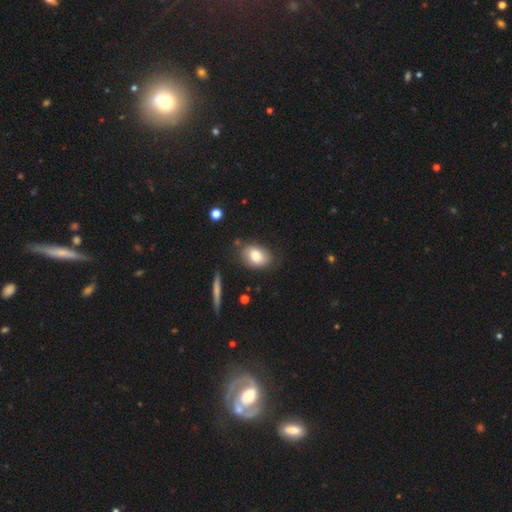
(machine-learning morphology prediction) This is likely a smooth galaxy (79%). How rounded: clearly in between (83%). Merging: likely none (74%).